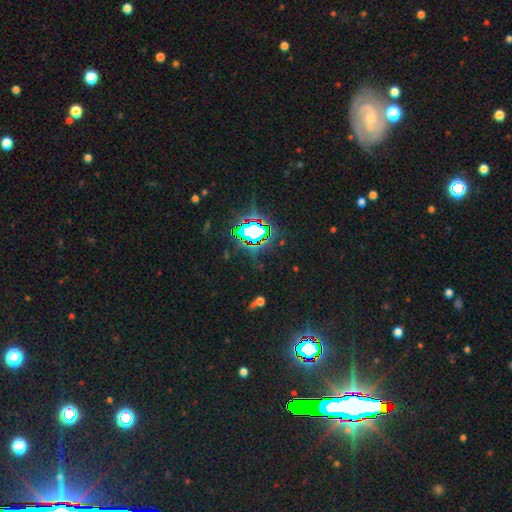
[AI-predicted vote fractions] Morphology: type=star or artifact (82%).